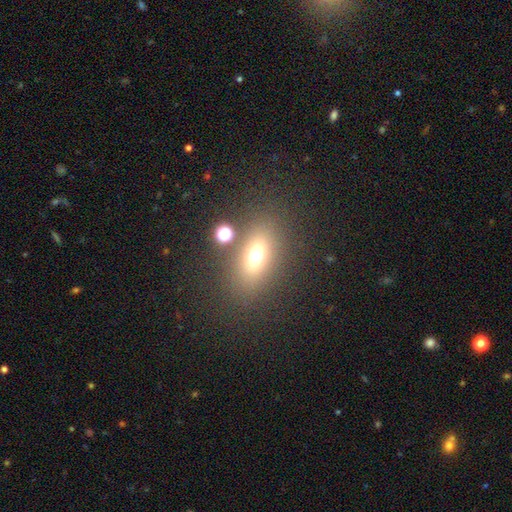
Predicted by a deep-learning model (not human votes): A smooth galaxy with no disk features (65%) that is in between round and cigar-shaped (71%).

Vote fractions:
- Smooth or featured? smooth: 65% / star or artifact: 19% / featured or disk: 15%
- How rounded? in between: 71% / round: 24% / cigar-shaped: 5%
- Merging? none: 77% / minor disturbance: 10% / merger: 7% / major disturbance: 6%